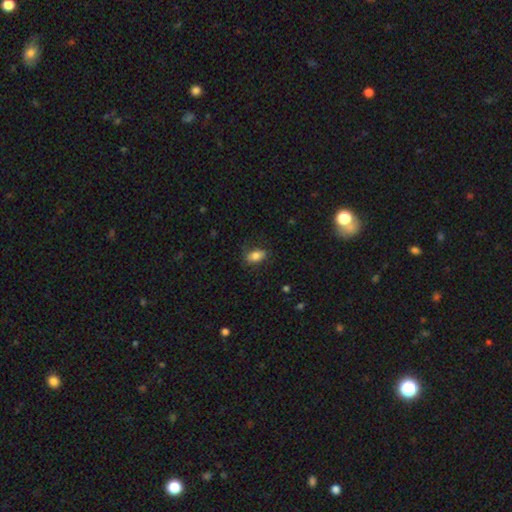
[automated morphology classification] This is clearly a smooth galaxy (81%). How rounded: clearly in between (89%). Merging: likely none (76%).